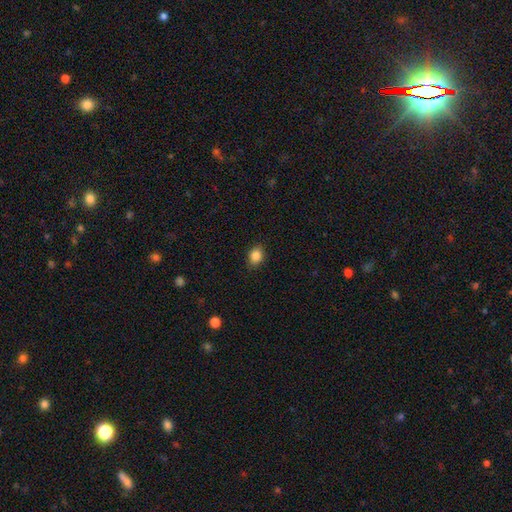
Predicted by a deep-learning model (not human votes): smooth_or_featured: smooth (p=0.86) [alt: star or artifact p=0.10]
how_rounded: in between (p=0.56) [alt: round p=0.43]
merging: none (p=0.87) [alt: minor disturbance p=0.10]